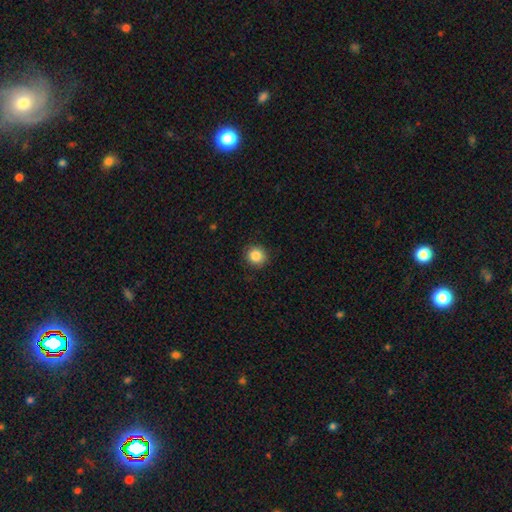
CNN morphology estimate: Smooth or featured? smooth (87%)
How rounded? round (92%)
Merging? none (90%)